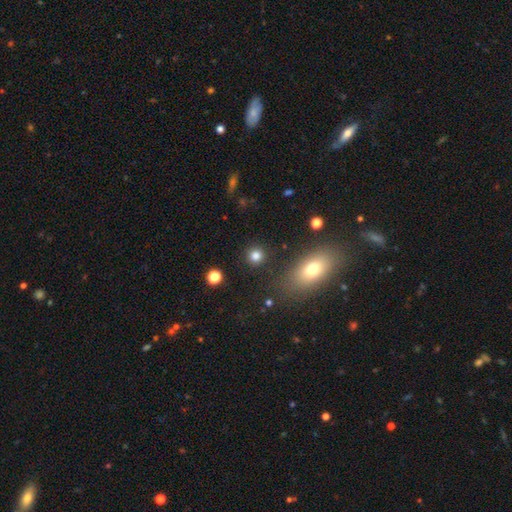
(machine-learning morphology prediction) Smooth or featured? smooth (82%)
How rounded? round (90%)
Merging? none (89%)